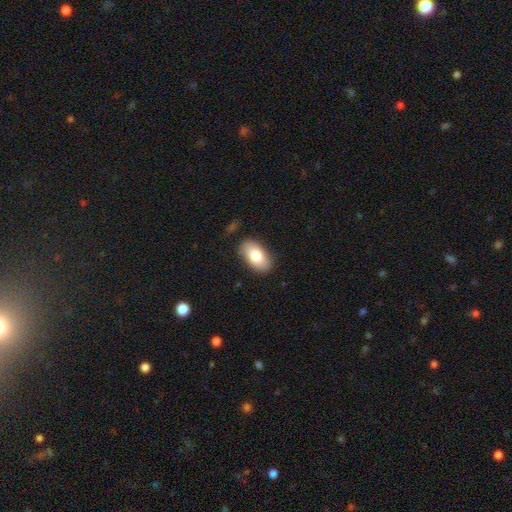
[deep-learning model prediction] A smooth galaxy with no disk features (80%) that is in between round and cigar-shaped (94%). Merging: none (85%).